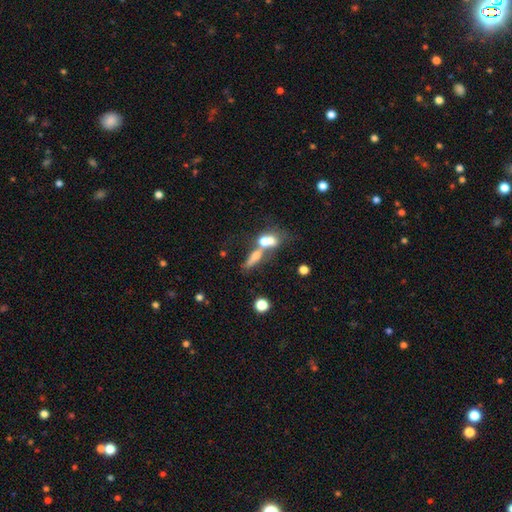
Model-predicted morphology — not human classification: This appears to be a smooth galaxy with no disk features (48%). Merging: merger (55%).